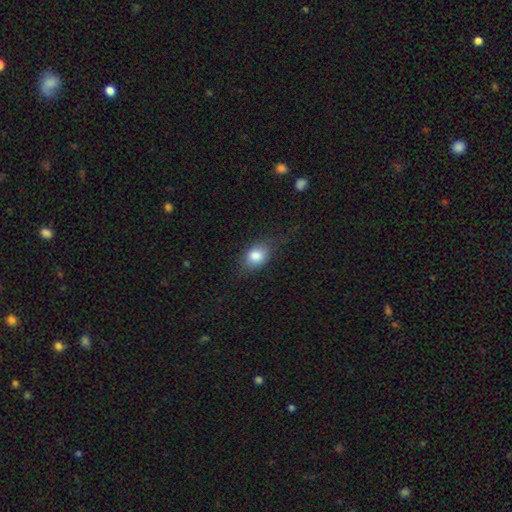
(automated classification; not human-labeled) Smooth or featured: smooth — 81% (featured or disk — 11%)
How rounded: in between — 67% (round — 31%)
Merging: none — 65% (minor disturbance — 24%)